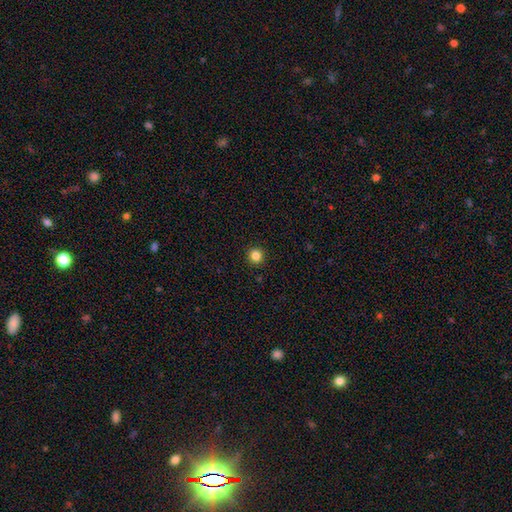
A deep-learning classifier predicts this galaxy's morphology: type=smooth (84%); roundness=round (95%); merging=none (93%).